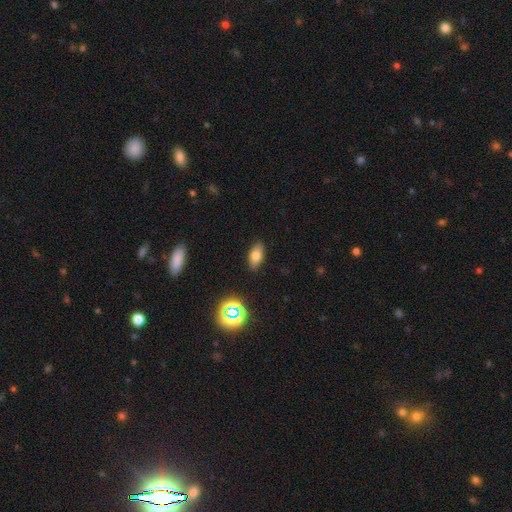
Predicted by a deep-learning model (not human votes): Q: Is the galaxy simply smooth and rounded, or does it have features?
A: smooth — 73%.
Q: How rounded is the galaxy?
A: in between — 87%.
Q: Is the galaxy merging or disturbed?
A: none — 87%.